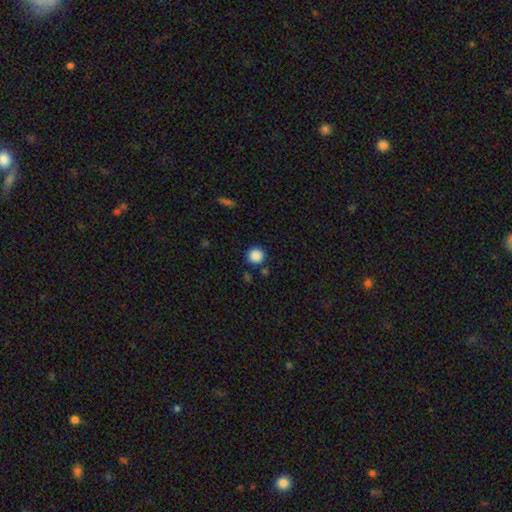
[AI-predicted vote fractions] This is clearly a smooth galaxy (88%). How rounded: clearly round (93%). Merging: clearly none (86%).